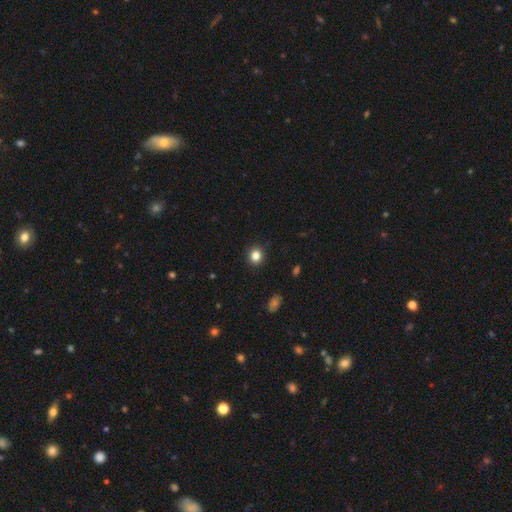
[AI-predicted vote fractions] Q: Smooth or featured?
A: smooth (83%); runner-up: star or artifact (12%)
Q: How rounded?
A: round (83%); runner-up: in between (16%)
Q: Merging?
A: none (91%); runner-up: minor disturbance (6%)